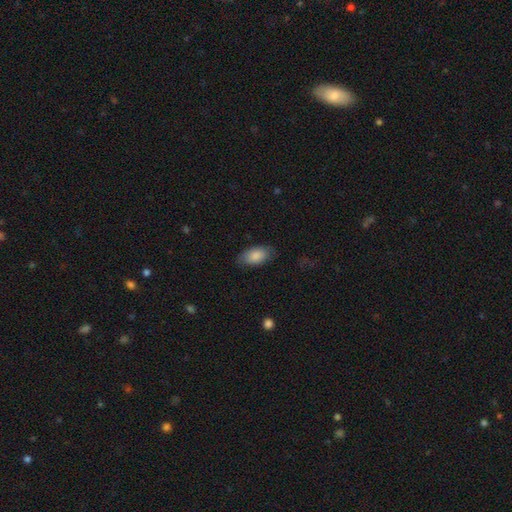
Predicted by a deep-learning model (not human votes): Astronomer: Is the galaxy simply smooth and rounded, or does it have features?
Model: smooth — 86%.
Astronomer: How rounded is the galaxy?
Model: in between — 94%.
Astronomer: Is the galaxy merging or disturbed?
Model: none — 79%.